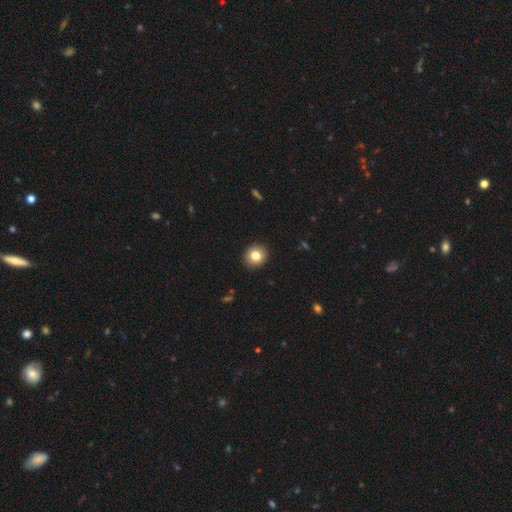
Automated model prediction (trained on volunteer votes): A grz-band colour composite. It shows a smooth galaxy with no disk features (81%) that is round (84%). Merging: none (92%).